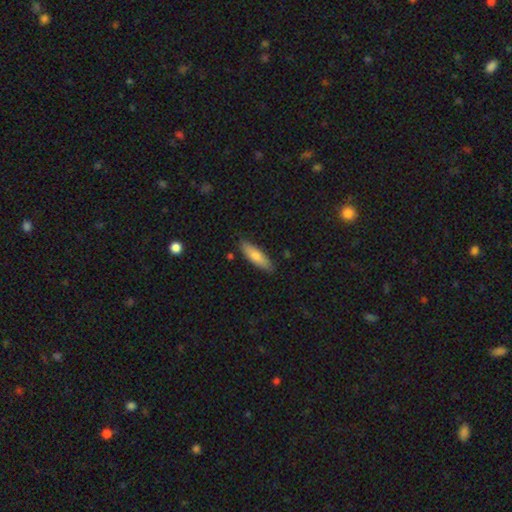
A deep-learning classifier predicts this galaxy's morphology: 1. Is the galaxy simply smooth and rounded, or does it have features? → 79% smooth, 16% featured or disk, 6% star or artifact.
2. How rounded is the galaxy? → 52% cigar-shaped, 46% in between, 2% round.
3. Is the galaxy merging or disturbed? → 85% none, 11% minor disturbance, 2% major disturbance, 2% merger.